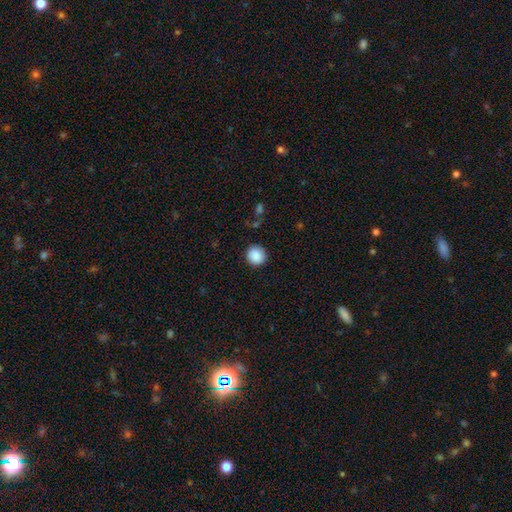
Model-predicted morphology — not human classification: Smooth or featured?
  - smooth: 88% *
  - star or artifact: 8%
  - featured or disk: 4%
How rounded?
  - round: 92% *
  - in between: 7%
  - cigar-shaped: 1%
Merging?
  - none: 87% *
  - minor disturbance: 9%
  - major disturbance: 3%
  - merger: 1%